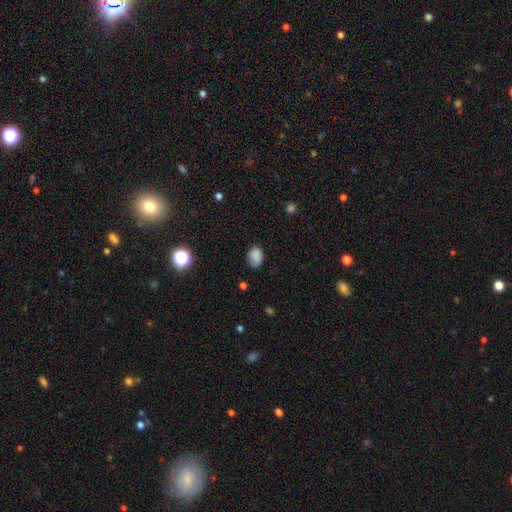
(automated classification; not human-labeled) smooth 83%, star or artifact 11%, featured or disk 6%. Down the decision tree: how rounded — in between (71%); merging — none (67%).